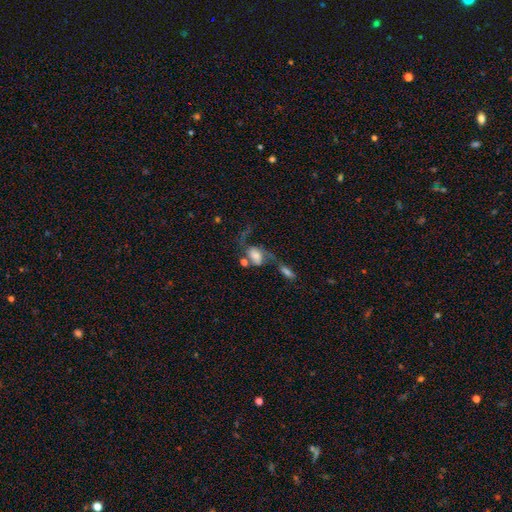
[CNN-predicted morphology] Smooth or featured?
  - featured or disk: 49% *
  - smooth: 41%
  - star or artifact: 10%
Merging?
  - merger: 39% *
  - major disturbance: 28%
  - none: 20%
  - minor disturbance: 12%